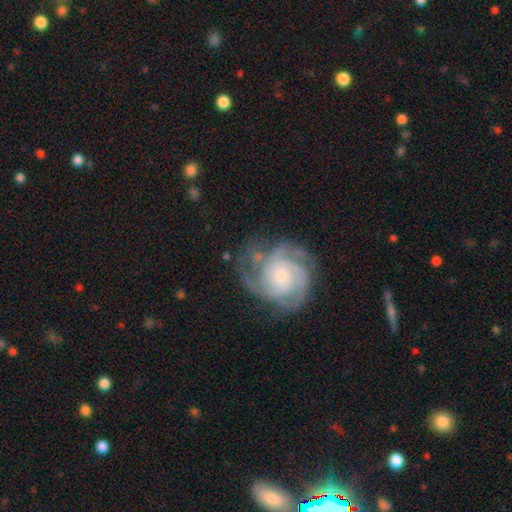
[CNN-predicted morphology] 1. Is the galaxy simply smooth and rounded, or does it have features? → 72% featured or disk, 16% star or artifact, 12% smooth.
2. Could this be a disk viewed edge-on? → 97% no, 3% yes.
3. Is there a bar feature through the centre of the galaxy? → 64% no, 28% weak, 7% strong.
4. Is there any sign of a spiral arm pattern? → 96% yes, 4% no.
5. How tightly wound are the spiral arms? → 68% tight, 27% medium, 5% loose.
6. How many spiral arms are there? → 27% 3, 26% can't tell, 17% 4, 14% 2, 9% more than 4, 8% 1.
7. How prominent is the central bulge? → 46% moderate, 40% small, 7% large, 4% none, 2% dominant.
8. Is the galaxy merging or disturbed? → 78% none, 14% minor disturbance, 6% major disturbance, 2% merger.